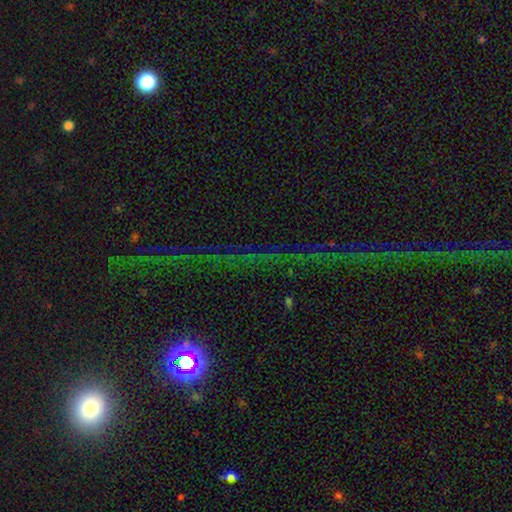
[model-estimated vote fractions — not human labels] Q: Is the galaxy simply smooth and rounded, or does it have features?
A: star or artifact — 73%.